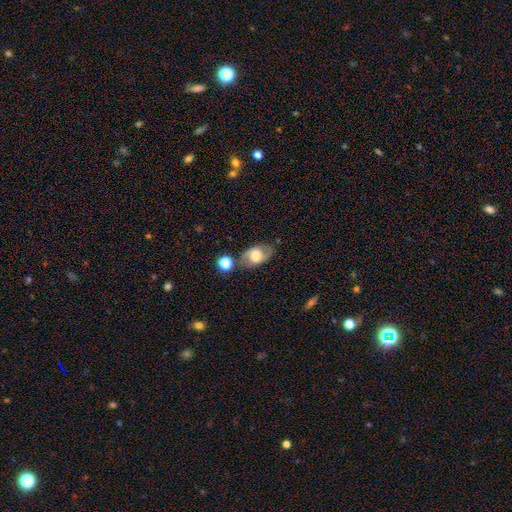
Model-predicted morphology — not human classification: smooth_or_featured: featured or disk (p=0.53) [alt: smooth p=0.38]
disk_edge_on: no (p=0.91) [alt: yes p=0.09]
merging: none (p=0.69) [alt: minor disturbance p=0.18]